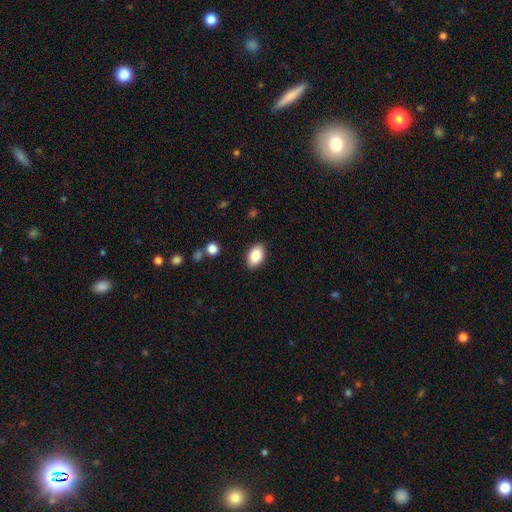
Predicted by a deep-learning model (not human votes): Overall: smooth (85%). How rounded: in between (90%). Merging: none (88%).